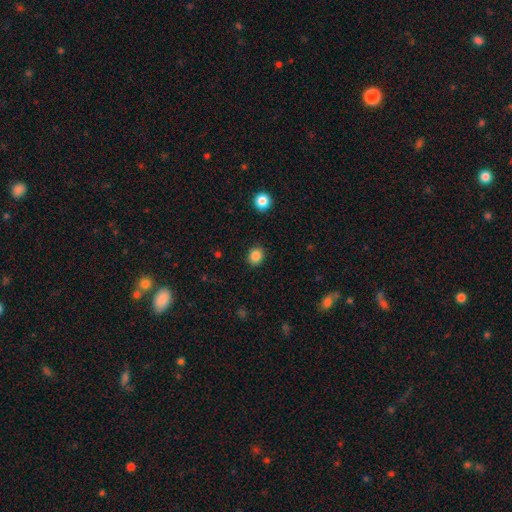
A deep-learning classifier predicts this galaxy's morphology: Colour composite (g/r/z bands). It shows a smooth galaxy with no disk features (86%) that is round (73%). Merging: none (90%).